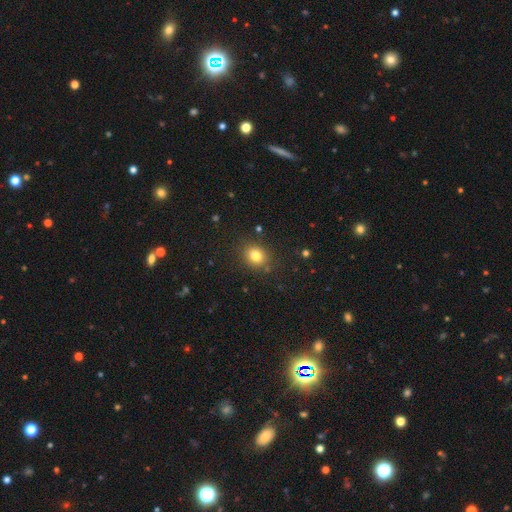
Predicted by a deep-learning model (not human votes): Smooth or featured?
  - smooth: 81% *
  - star or artifact: 12%
  - featured or disk: 7%
How rounded?
  - round: 63% *
  - in between: 36%
  - cigar-shaped: 1%
Merging?
  - none: 85% *
  - minor disturbance: 10%
  - major disturbance: 3%
  - merger: 2%